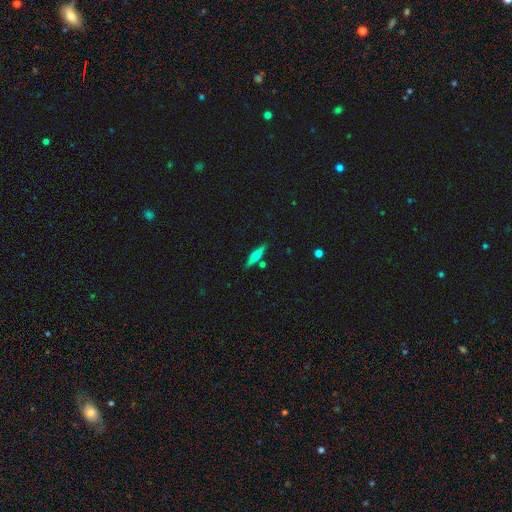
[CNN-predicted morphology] smooth_or_featured: smooth (p=0.52) [alt: featured or disk p=0.41]
how_rounded: cigar-shaped (p=0.86) [alt: in between p=0.12]
merging: none (p=0.83) [alt: minor disturbance p=0.09]